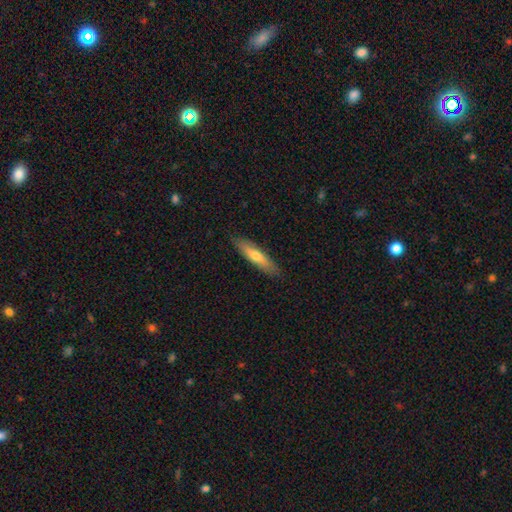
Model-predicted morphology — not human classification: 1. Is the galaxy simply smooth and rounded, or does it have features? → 60% smooth, 34% featured or disk, 6% star or artifact.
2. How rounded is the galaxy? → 79% cigar-shaped, 20% in between, 2% round.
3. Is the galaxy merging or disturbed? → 88% none, 9% minor disturbance, 2% major disturbance, 1% merger.